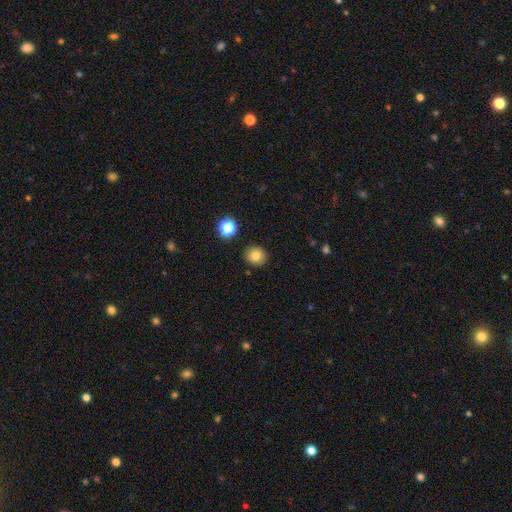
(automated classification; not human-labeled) The model was most divided on "smooth or featured": smooth: 81%, star or artifact: 12%, featured or disk: 7%. More confident: merging — none (89%); how rounded — round (85%).